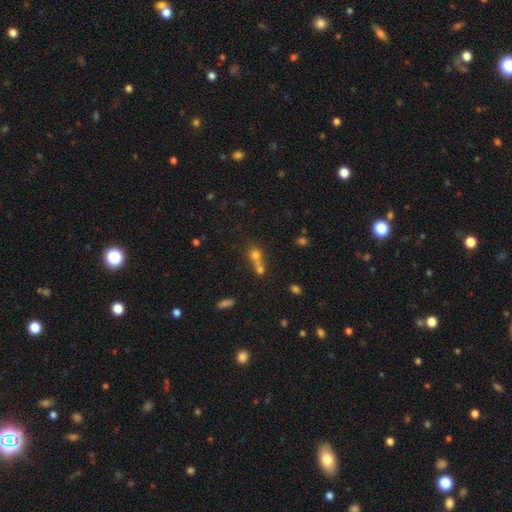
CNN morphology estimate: A smooth galaxy with no disk features (65%) that is round (74%).

Vote fractions:
- Smooth or featured? smooth: 65% / star or artifact: 19% / featured or disk: 16%
- How rounded? round: 74% / in between: 22% / cigar-shaped: 3%
- Merging? merger: 60% / none: 30% / minor disturbance: 6% / major disturbance: 4%